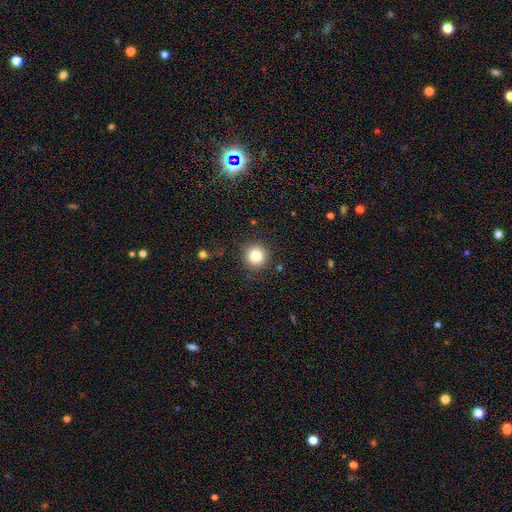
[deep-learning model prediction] Morphology: type=smooth (82%); roundness=round (95%); merging=none (89%).